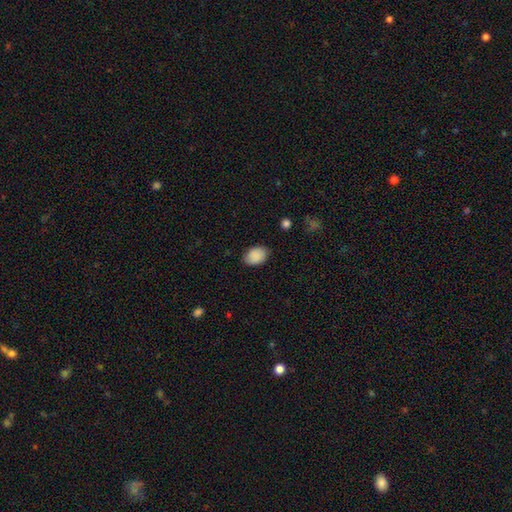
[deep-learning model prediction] The model was most divided on "how rounded": in between: 80%, round: 19%, cigar-shaped: 1%. More confident: smooth or featured — smooth (89%); merging — none (83%).